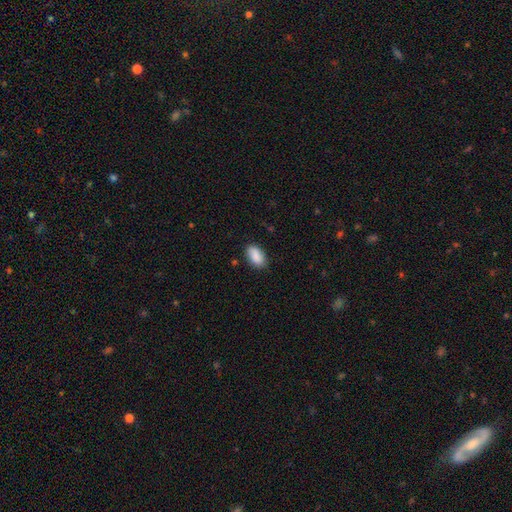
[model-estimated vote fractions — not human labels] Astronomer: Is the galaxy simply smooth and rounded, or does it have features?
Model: smooth — 88%.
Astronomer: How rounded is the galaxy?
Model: in between — 93%.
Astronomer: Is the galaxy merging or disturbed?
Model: none — 83%.